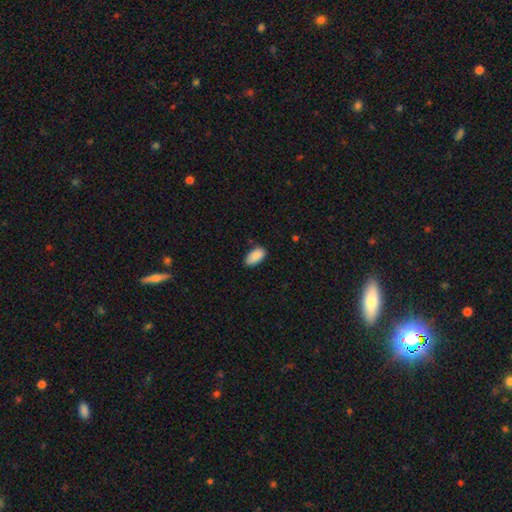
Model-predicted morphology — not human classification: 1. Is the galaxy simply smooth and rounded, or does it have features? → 88% smooth, 7% star or artifact, 5% featured or disk.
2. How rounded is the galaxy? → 94% in between, 3% round, 3% cigar-shaped.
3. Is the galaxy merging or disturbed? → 75% none, 21% minor disturbance, 3% major disturbance, 2% merger.